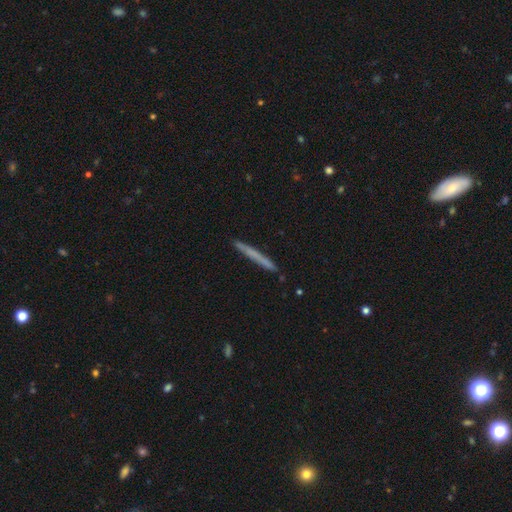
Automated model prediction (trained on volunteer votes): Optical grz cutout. It shows a smooth galaxy with no disk features (58%) that is cigar-shaped (97%). Merging: none (91%).